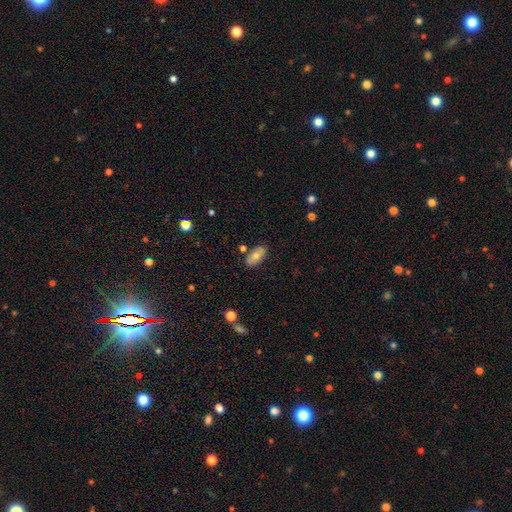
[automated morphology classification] Smooth or featured: smooth — 71% (featured or disk — 21%)
How rounded: in between — 91% (cigar-shaped — 6%)
Merging: none — 79% (minor disturbance — 13%)